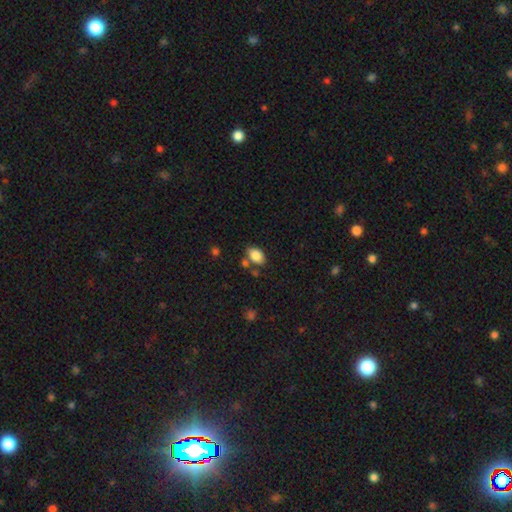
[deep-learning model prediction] Overall: smooth (85%). How rounded: in between (87%). Merging: none (68%).